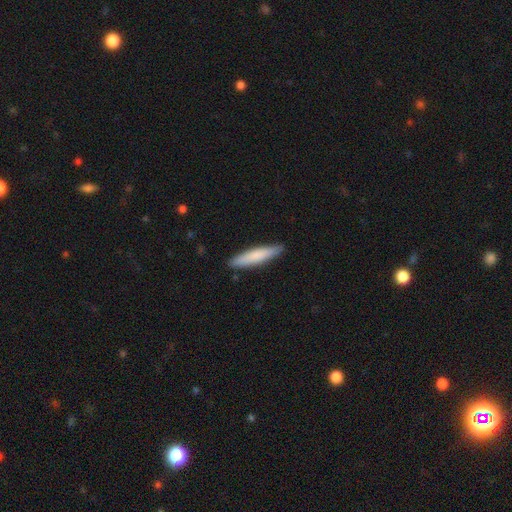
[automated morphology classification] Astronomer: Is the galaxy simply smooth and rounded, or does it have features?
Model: smooth — 77%.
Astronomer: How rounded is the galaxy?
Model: cigar-shaped — 88%.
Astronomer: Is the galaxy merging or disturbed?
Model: none — 89%.